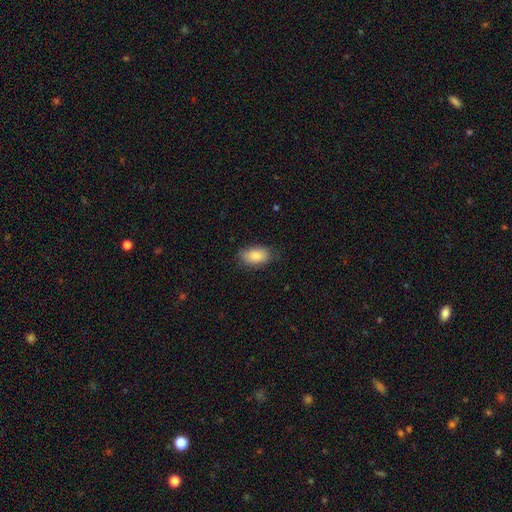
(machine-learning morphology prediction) A smooth galaxy with no disk features (86%) that is in between round and cigar-shaped (91%). Merging: none (77%).